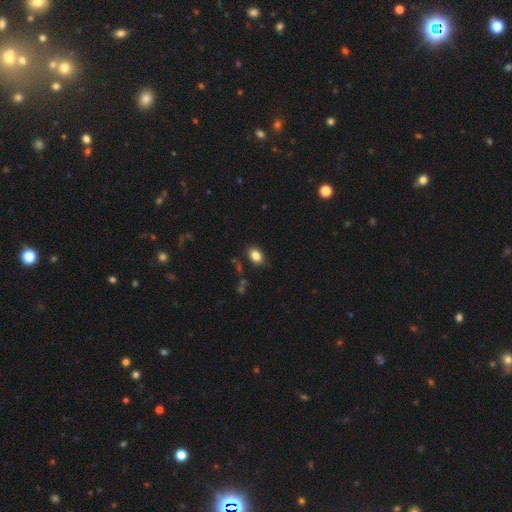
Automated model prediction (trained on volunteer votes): Smooth or featured?
  - smooth: 84% *
  - star or artifact: 10%
  - featured or disk: 7%
How rounded?
  - in between: 74% *
  - round: 24%
  - cigar-shaped: 1%
Merging?
  - none: 82% *
  - minor disturbance: 13%
  - major disturbance: 3%
  - merger: 2%